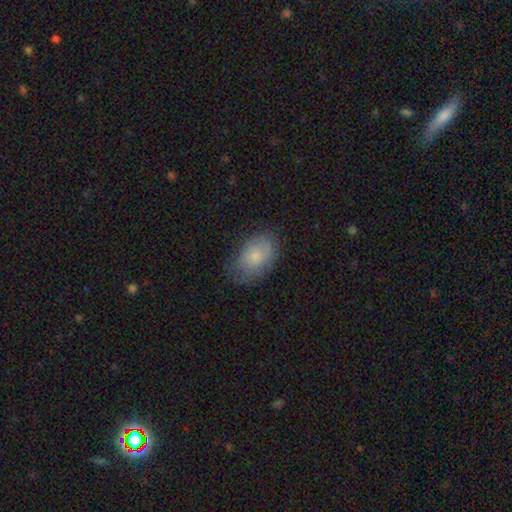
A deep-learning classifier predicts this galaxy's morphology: smooth-or-featured: smooth: 73% | featured or disk: 20% | star or artifact: 7%
  how-rounded: in between: 86% | round: 13% | cigar-shaped: 1%
  merging: none: 64% | minor disturbance: 27% | major disturbance: 9% | merger: 1%